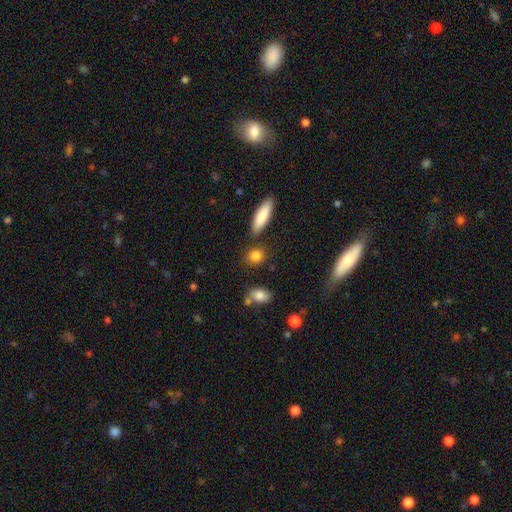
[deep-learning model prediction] Morphology: type=smooth (85%); roundness=round (55%); merging=none (79%).